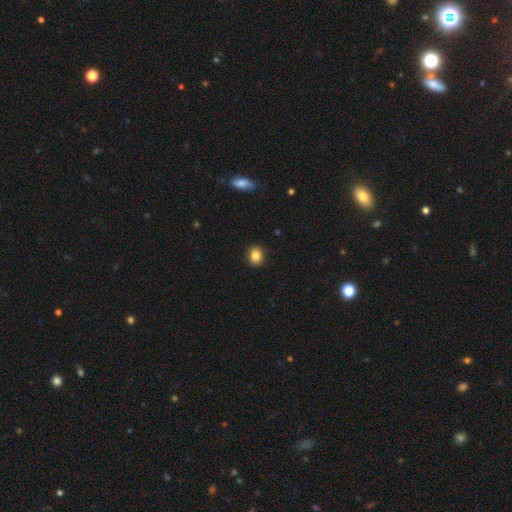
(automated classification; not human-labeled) Smooth or featured? Predicted: smooth (p=0.85). How rounded? Predicted: round (p=0.61). Merging? Predicted: none (p=0.90).